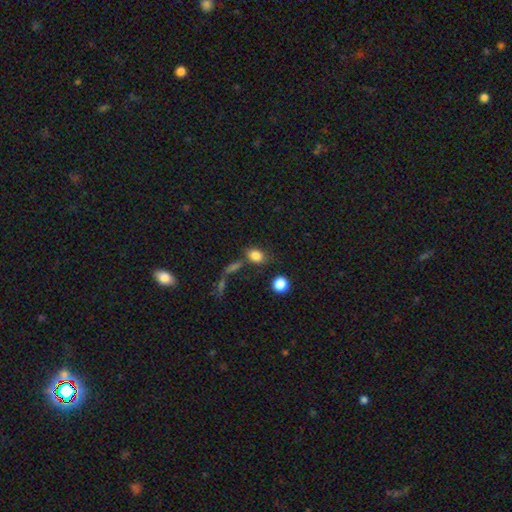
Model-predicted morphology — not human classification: A smooth galaxy with no disk features (83%) that is in between round and cigar-shaped (69%). Merging: none (65%).